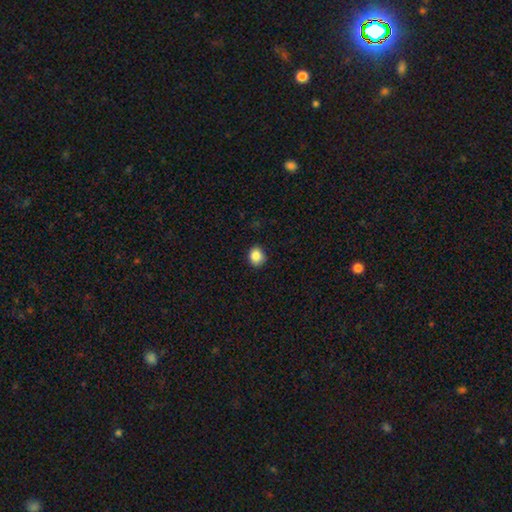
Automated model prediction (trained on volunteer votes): Q: Smooth or featured?
A: smooth (87%); runner-up: star or artifact (9%)
Q: How rounded?
A: round (73%); runner-up: in between (26%)
Q: Merging?
A: none (86%); runner-up: minor disturbance (11%)